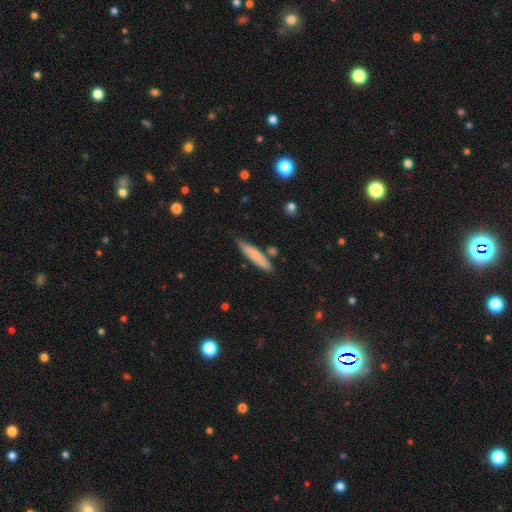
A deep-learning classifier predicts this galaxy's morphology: Smooth or featured?
  - smooth: 74% *
  - featured or disk: 20%
  - star or artifact: 6%
How rounded?
  - cigar-shaped: 85% *
  - in between: 14%
  - round: 2%
Merging?
  - none: 73% *
  - minor disturbance: 19%
  - merger: 5%
  - major disturbance: 3%